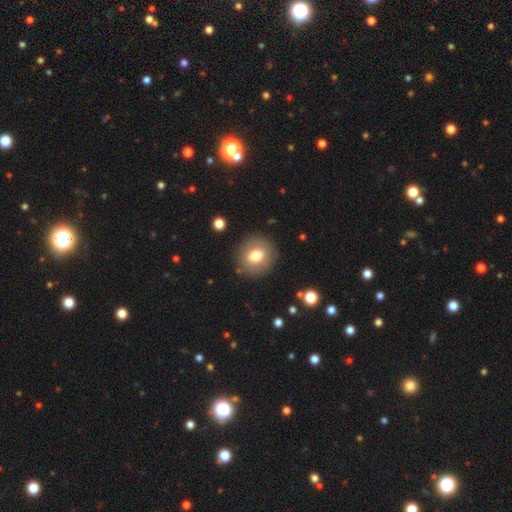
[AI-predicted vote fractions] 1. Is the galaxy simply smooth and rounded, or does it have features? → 72% smooth, 19% featured or disk, 9% star or artifact.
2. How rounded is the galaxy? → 80% round, 19% in between, 1% cigar-shaped.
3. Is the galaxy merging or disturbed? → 87% none, 8% minor disturbance, 3% major disturbance, 2% merger.